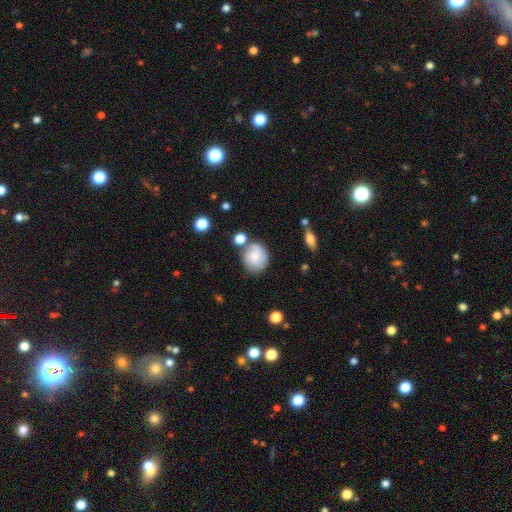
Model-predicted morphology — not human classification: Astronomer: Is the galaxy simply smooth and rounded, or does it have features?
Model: smooth — 68%.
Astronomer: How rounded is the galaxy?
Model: round — 73%.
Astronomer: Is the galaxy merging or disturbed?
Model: none — 60%.